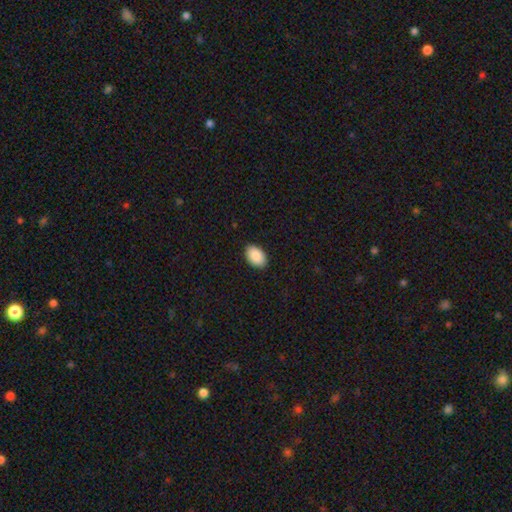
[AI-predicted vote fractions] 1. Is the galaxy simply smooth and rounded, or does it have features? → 90% smooth, 7% star or artifact, 4% featured or disk.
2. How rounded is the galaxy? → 91% in between, 8% round, 1% cigar-shaped.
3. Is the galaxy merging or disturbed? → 90% none, 8% minor disturbance, 2% major disturbance, 1% merger.